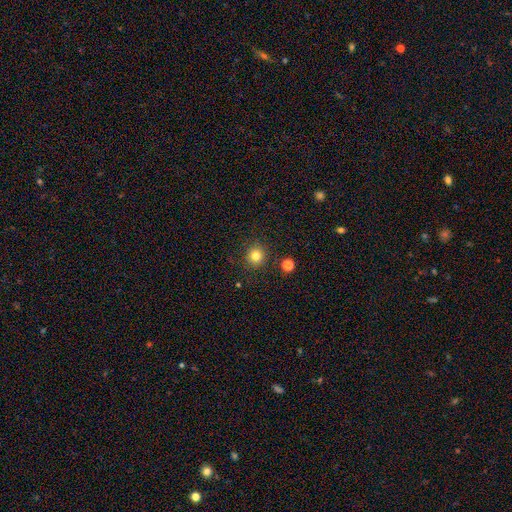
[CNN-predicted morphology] The model was most divided on "smooth or featured": smooth: 81%, star or artifact: 13%, featured or disk: 6%. More confident: how rounded — round (92%); merging — none (89%).